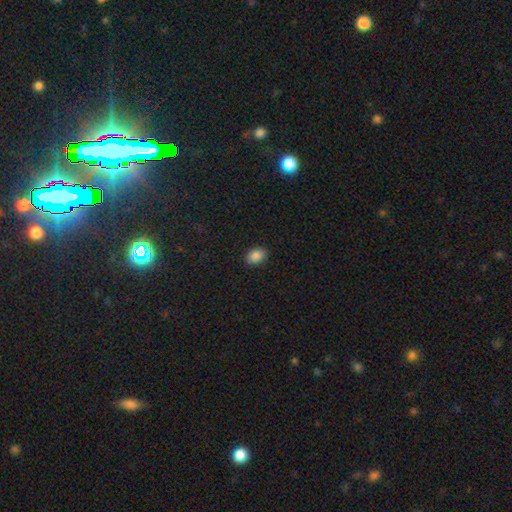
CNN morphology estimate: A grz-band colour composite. It shows a smooth galaxy with no disk features (87%) that is in between round and cigar-shaped (77%). Merging: none (88%).